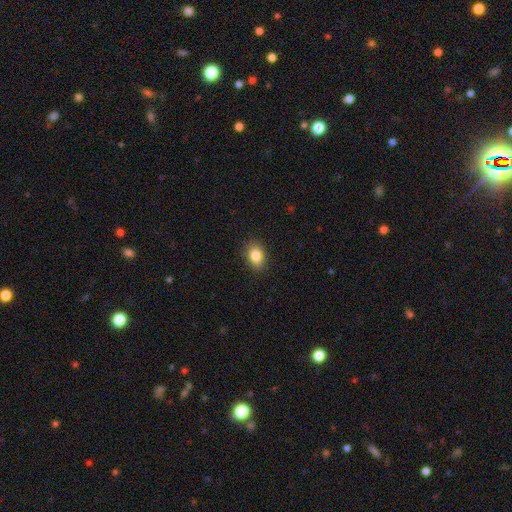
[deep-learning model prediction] smooth_or_featured: smooth (p=0.85) [alt: star or artifact p=0.09]
how_rounded: in between (p=0.79) [alt: round p=0.20]
merging: none (p=0.87) [alt: minor disturbance p=0.09]